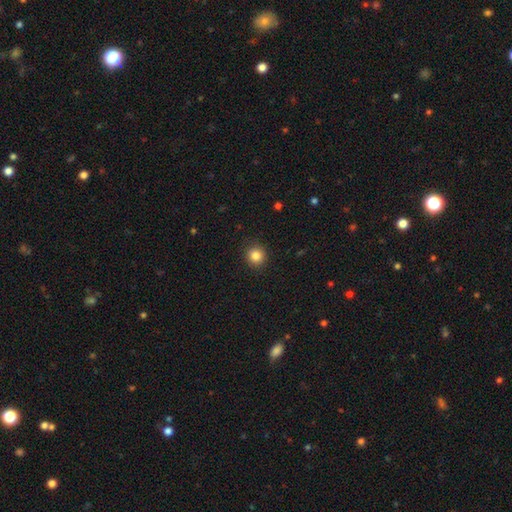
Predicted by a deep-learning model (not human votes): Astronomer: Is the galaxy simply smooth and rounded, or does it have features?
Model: smooth — 85%.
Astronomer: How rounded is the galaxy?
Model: round — 92%.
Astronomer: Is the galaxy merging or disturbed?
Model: none — 91%.